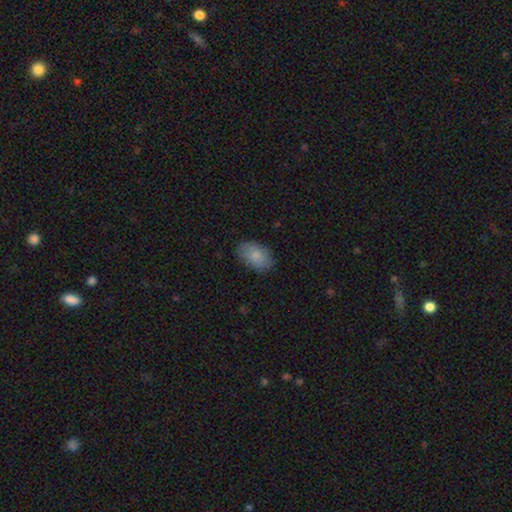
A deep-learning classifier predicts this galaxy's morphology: smooth_or_featured: smooth (p=0.84) [alt: featured or disk p=0.09]
how_rounded: in between (p=0.90) [alt: round p=0.08]
merging: none (p=0.80) [alt: minor disturbance p=0.16]